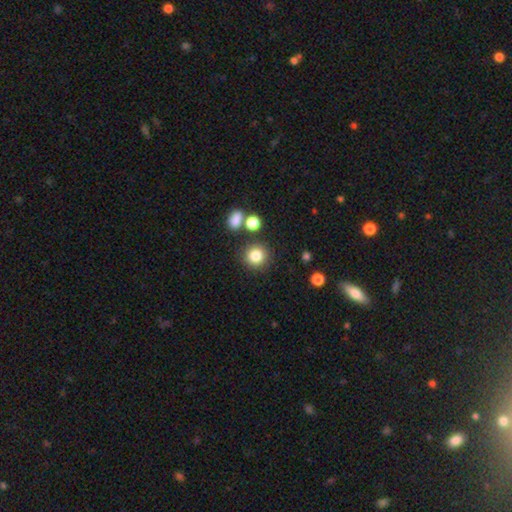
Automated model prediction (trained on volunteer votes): Overall: smooth (83%). How rounded: round (90%). Merging: none (81%).